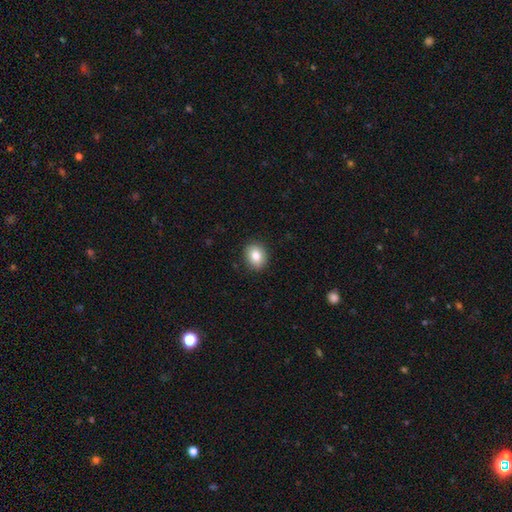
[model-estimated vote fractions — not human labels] This is clearly a smooth galaxy (83%). How rounded: possibly round (53%). Merging: clearly none (89%).